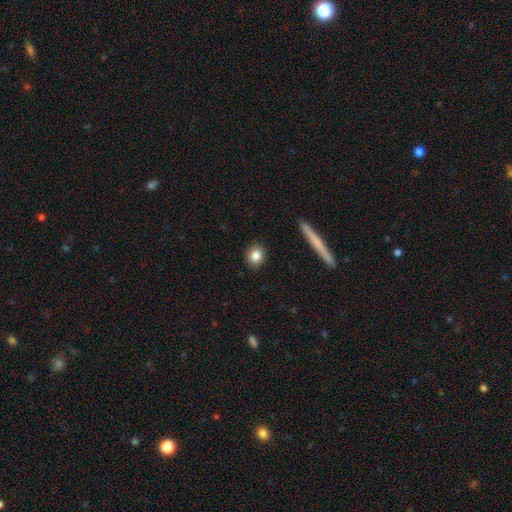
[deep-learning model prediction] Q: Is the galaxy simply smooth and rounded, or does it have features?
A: smooth — 83%.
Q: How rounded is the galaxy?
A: round — 69%.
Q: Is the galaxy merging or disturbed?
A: none — 90%.